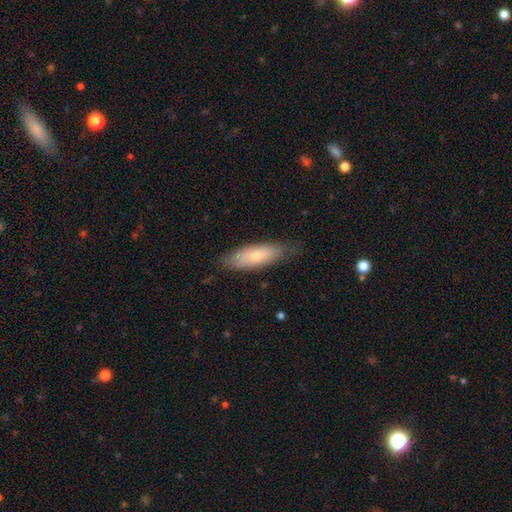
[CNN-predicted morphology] The model was most divided on "how rounded": in between: 54%, cigar-shaped: 44%, round: 2%. More confident: merging — none (76%); smooth or featured — smooth (71%).